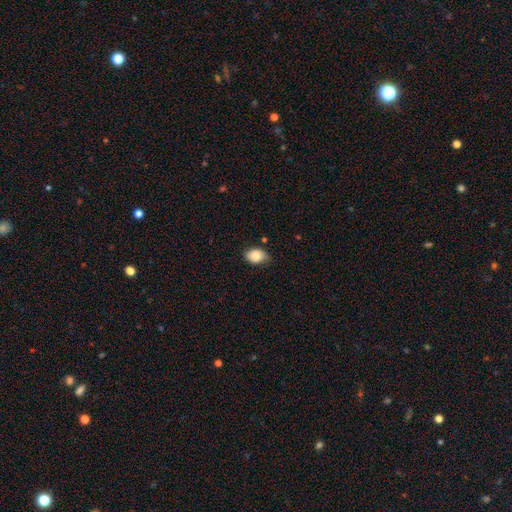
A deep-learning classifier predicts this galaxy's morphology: Q: Smooth or featured?
A: smooth (83%); runner-up: featured or disk (9%)
Q: How rounded?
A: in between (80%); runner-up: round (19%)
Q: Merging?
A: none (66%); runner-up: minor disturbance (28%)